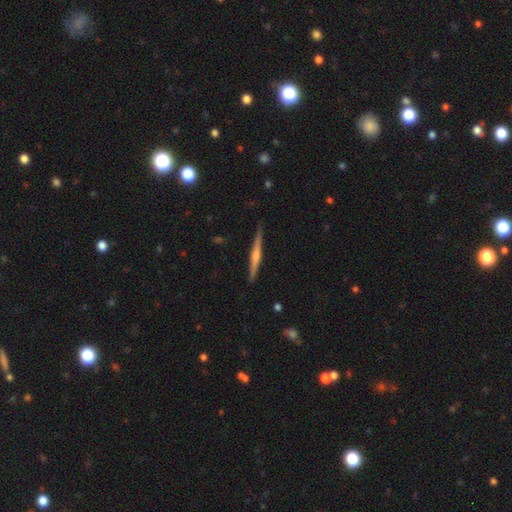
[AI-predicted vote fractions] featured or disk 78%, smooth 17%, star or artifact 6%. Down the decision tree: edge-on disk — yes (98%); edge-on bulge — rounded (78%); merging — none (91%).